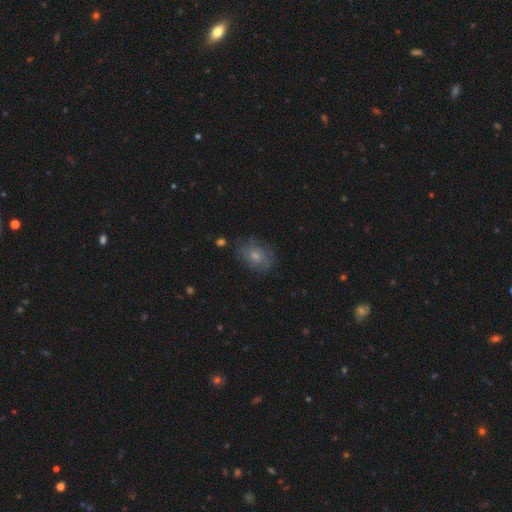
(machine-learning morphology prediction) Overall: smooth (56%; featured or disk 33%). How rounded: in between (65%; round 34%). Merging: none (72%).